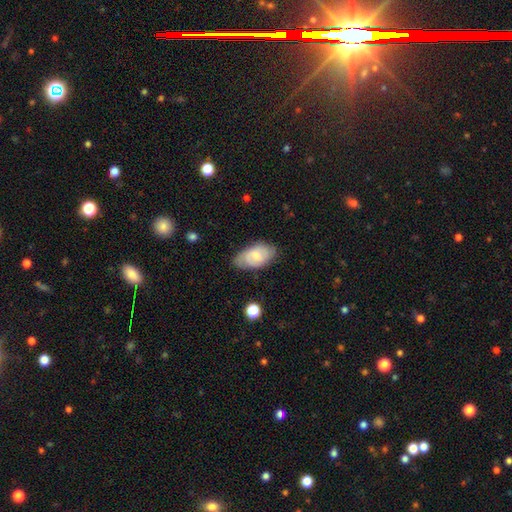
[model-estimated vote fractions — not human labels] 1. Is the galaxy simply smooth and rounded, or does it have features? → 48% featured or disk, 46% smooth, 7% star or artifact.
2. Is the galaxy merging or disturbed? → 72% none, 22% minor disturbance, 5% major disturbance, 1% merger.